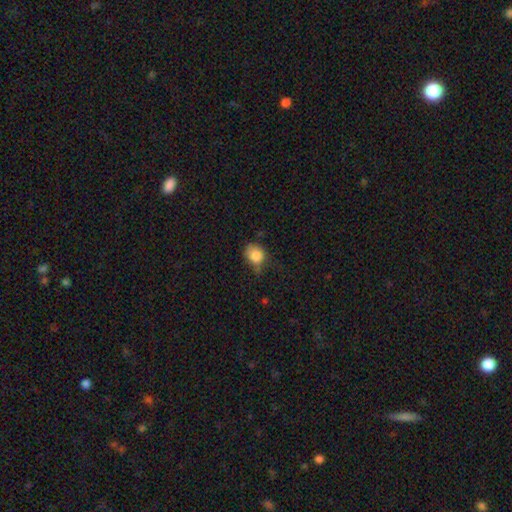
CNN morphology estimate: Q: Smooth or featured?
A: smooth (83%); runner-up: star or artifact (9%)
Q: How rounded?
A: round (60%); runner-up: in between (39%)
Q: Merging?
A: minor disturbance (42%); runner-up: none (41%)